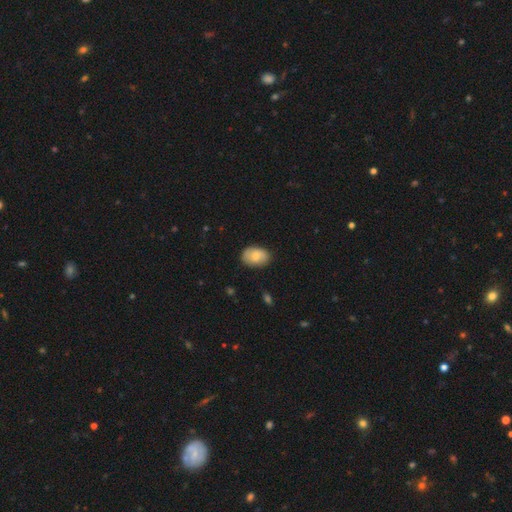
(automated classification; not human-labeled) A smooth galaxy with no disk features (78%) that is in between round and cigar-shaped (86%).

Vote fractions:
- Smooth or featured? smooth: 78% / featured or disk: 15% / star or artifact: 7%
- How rounded? in between: 86% / round: 13% / cigar-shaped: 1%
- Merging? none: 80% / minor disturbance: 16% / major disturbance: 3% / merger: 1%